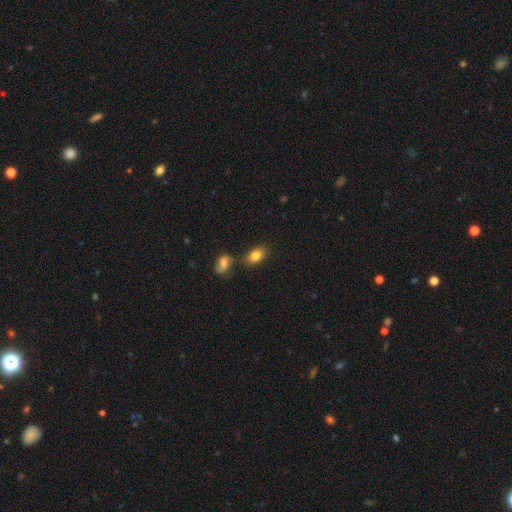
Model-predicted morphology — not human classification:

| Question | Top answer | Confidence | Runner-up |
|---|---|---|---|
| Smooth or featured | smooth | 81% | featured or disk (10%) |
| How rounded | in between | 85% | round (13%) |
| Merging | none | 75% | minor disturbance (12%) |